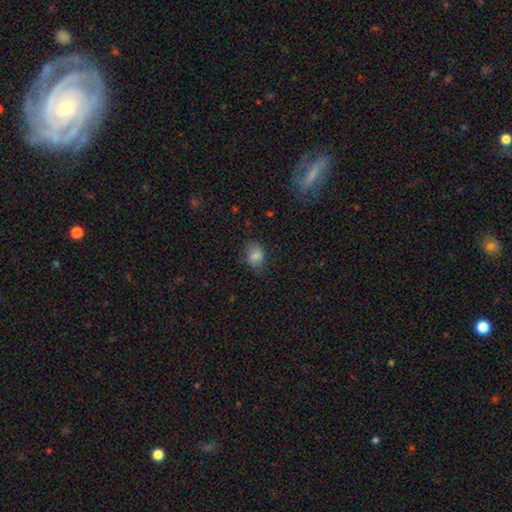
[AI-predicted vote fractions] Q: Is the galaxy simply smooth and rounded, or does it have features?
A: smooth — 82%.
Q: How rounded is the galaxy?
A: in between — 64%.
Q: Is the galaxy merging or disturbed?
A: none — 67%.